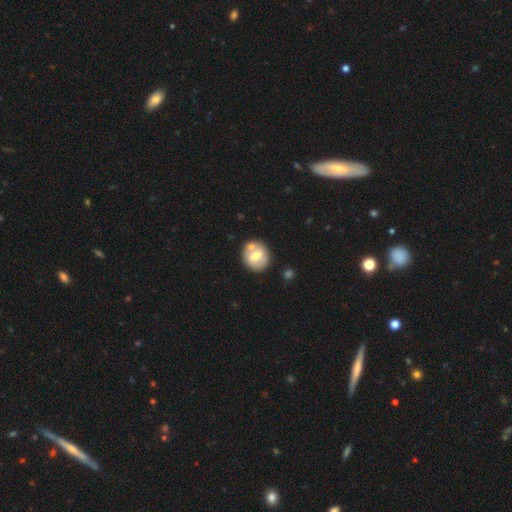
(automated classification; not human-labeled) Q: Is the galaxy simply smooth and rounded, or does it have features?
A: smooth — 56%.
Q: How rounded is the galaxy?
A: round — 80%.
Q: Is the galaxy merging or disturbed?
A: none — 67%.